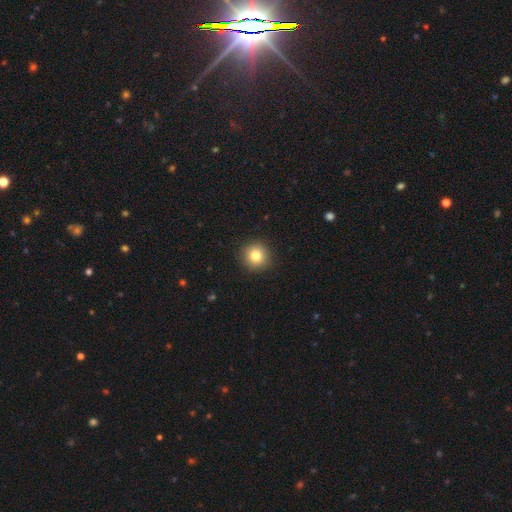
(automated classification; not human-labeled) smooth_or_featured: smooth (p=0.82) [alt: star or artifact p=0.11]
how_rounded: round (p=0.94) [alt: in between p=0.05]
merging: none (p=0.91) [alt: minor disturbance p=0.06]